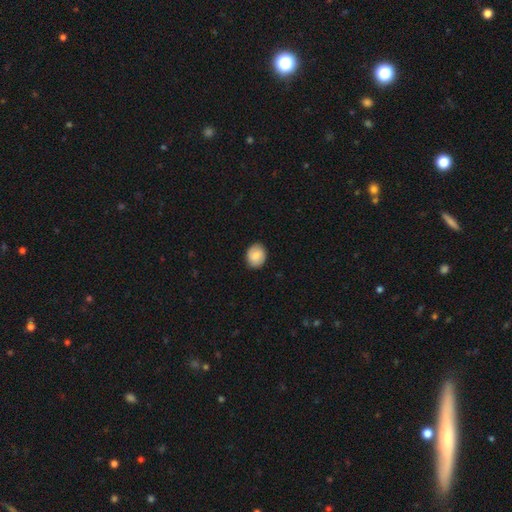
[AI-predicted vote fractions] The model was most divided on "how rounded": round: 55%, in between: 44%, cigar-shaped: 1%. More confident: merging — none (87%); smooth or featured — smooth (80%).